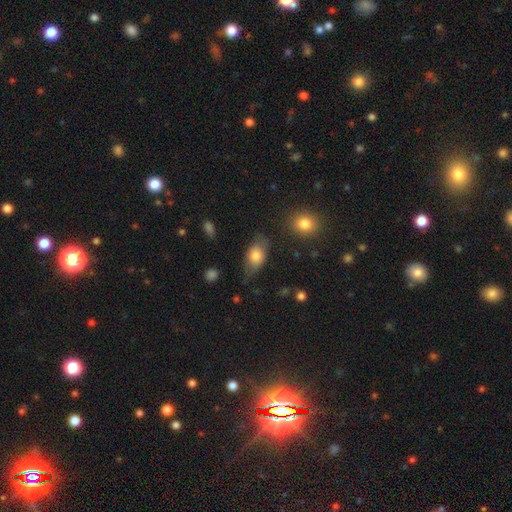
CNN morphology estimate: type=smooth (73%); roundness=in between (86%); merging=none (56%).